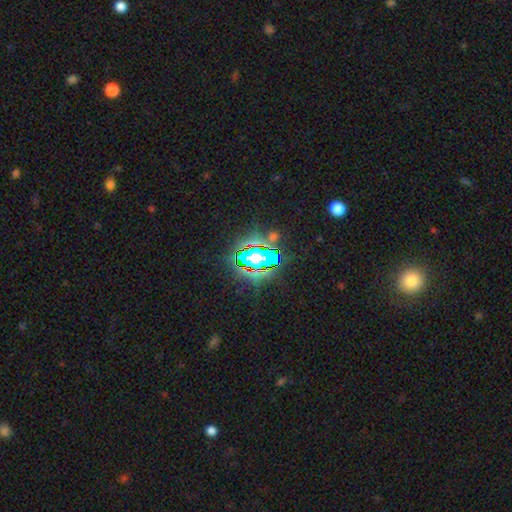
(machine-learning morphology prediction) A star or artifact, not a galaxy (80%).